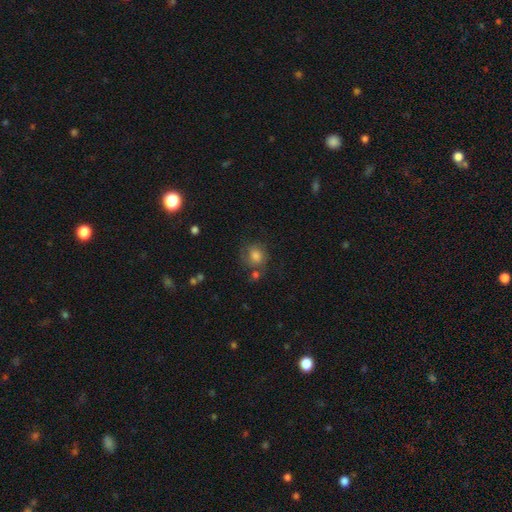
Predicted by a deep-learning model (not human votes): A smooth galaxy with no disk features (68%) that is round (73%).

Vote fractions:
- Smooth or featured? smooth: 68% / featured or disk: 20% / star or artifact: 12%
- How rounded? round: 73% / in between: 26% / cigar-shaped: 1%
- Merging? none: 58% / minor disturbance: 22% / major disturbance: 12% / merger: 9%